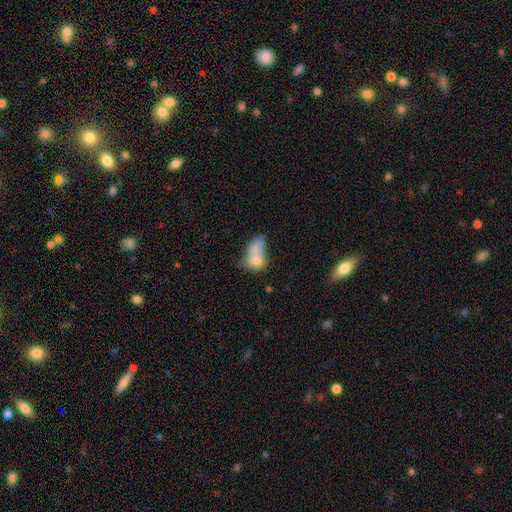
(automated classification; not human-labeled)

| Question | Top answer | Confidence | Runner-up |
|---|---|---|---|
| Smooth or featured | smooth | 70% | featured or disk (21%) |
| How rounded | in between | 73% | round (23%) |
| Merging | merger | 57% | none (18%) |